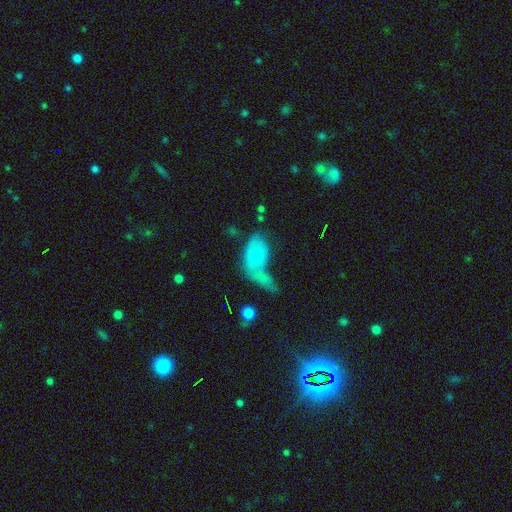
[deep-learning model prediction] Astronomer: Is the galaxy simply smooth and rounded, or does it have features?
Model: smooth — 65%.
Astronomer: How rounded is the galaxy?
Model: in between — 87%.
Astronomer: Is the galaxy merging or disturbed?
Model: merger — 39% (runner-up: none, 26%).